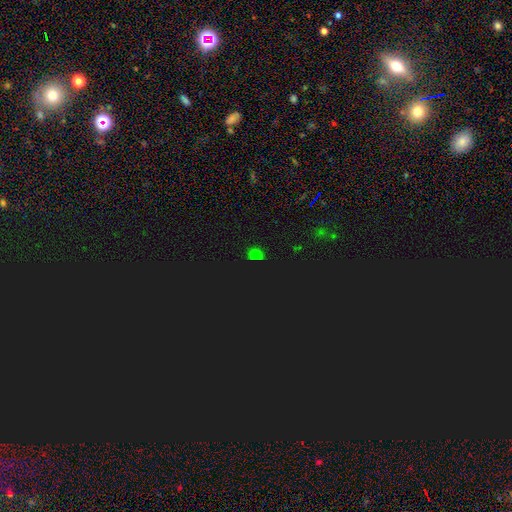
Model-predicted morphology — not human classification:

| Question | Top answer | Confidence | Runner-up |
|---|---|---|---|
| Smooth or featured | smooth | 52% | star or artifact (42%) |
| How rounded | round | 67% | in between (31%) |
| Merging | none | 81% | minor disturbance (13%) |